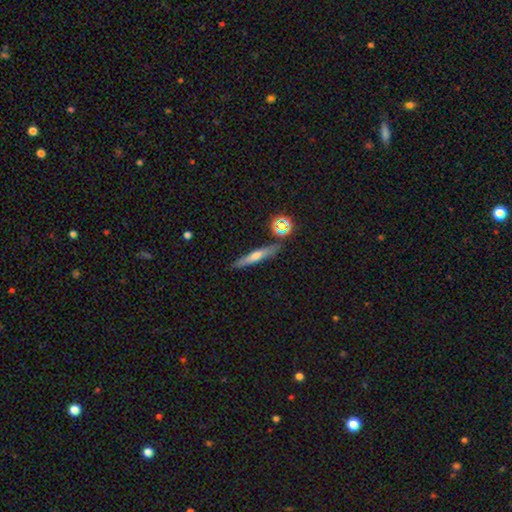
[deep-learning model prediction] The model was most divided on "smooth or featured": featured or disk: 46%, smooth: 44%, star or artifact: 11%. More confident: merging — none (87%).